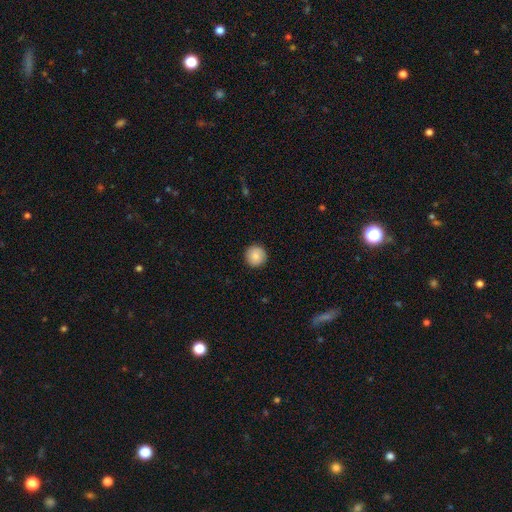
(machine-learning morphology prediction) Q: Smooth or featured?
A: smooth (86%); runner-up: star or artifact (8%)
Q: How rounded?
A: round (96%); runner-up: in between (3%)
Q: Merging?
A: none (92%); runner-up: minor disturbance (5%)